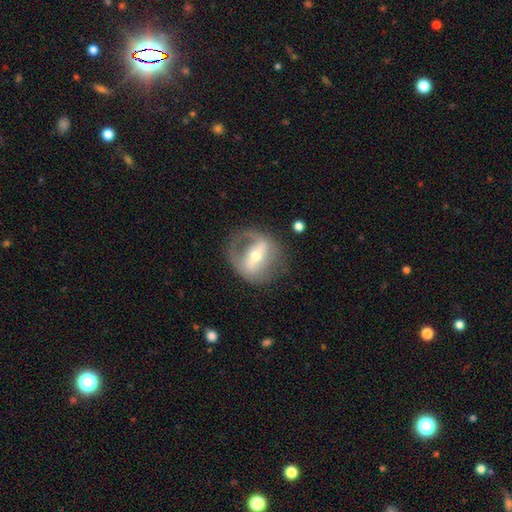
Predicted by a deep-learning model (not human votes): featured or disk 73%, smooth 20%, star or artifact 7%. Down the decision tree: edge-on disk — no (92%); bar — strong (58%); spiral arms — yes (63%); bulge size — moderate (57%); merging — none (62%).